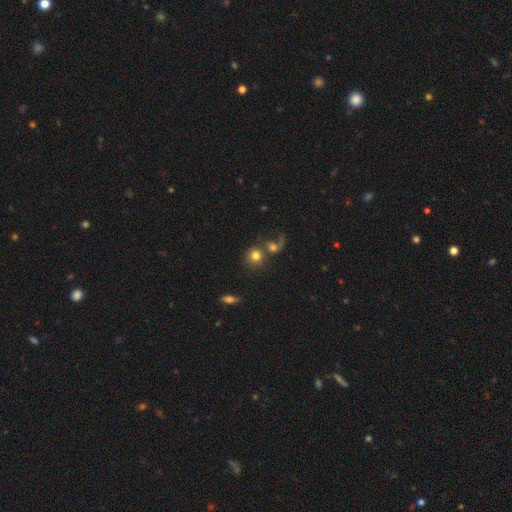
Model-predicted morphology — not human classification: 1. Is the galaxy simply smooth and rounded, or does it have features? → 72% smooth, 17% featured or disk, 11% star or artifact.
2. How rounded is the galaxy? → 85% round, 14% in between, 1% cigar-shaped.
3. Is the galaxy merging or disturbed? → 45% merger, 36% none, 10% major disturbance, 8% minor disturbance.